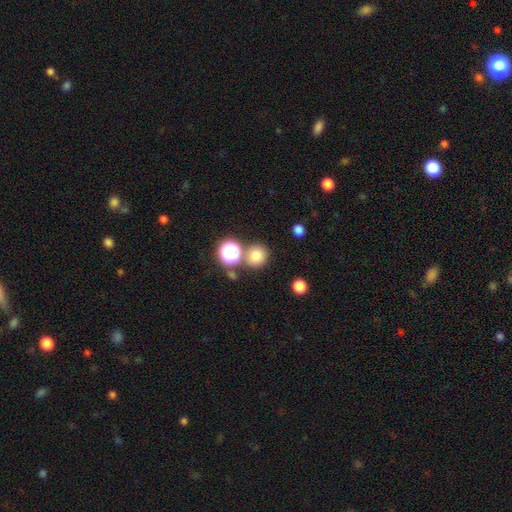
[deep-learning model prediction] Smooth or featured?
  - smooth: 76% *
  - star or artifact: 16%
  - featured or disk: 8%
How rounded?
  - round: 88% *
  - in between: 11%
  - cigar-shaped: 1%
Merging?
  - none: 72% *
  - merger: 16%
  - minor disturbance: 9%
  - major disturbance: 4%